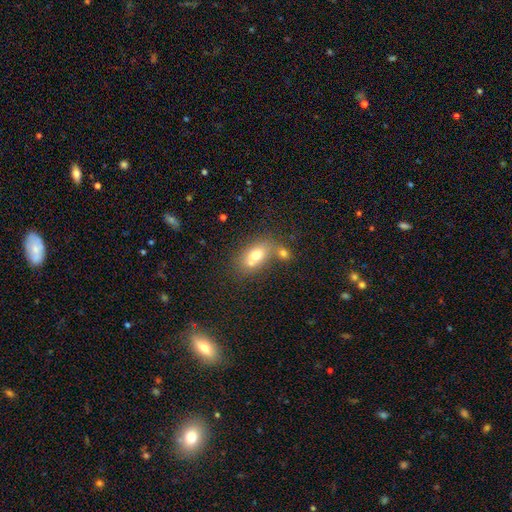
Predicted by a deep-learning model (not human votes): Overall: smooth (70%). How rounded: in between (79%). Merging: none (41%; merger 39%).